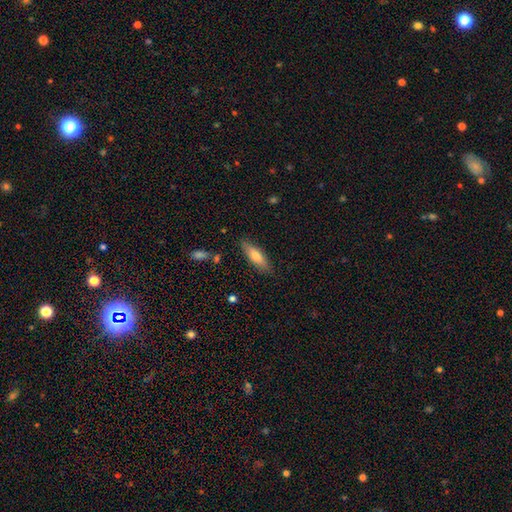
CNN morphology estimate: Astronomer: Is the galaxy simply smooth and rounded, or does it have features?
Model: smooth — 65%.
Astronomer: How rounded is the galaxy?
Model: cigar-shaped — 58% (runner-up: in between, 40%).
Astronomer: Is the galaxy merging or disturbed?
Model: none — 85%.